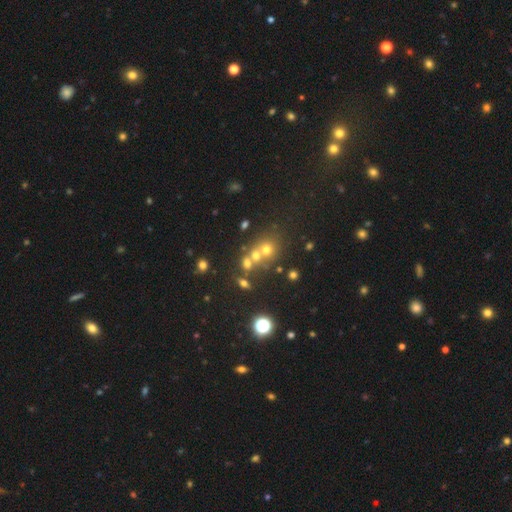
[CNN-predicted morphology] smooth 58%, star or artifact 24%, featured or disk 18%. Down the decision tree: how rounded — round (77%); merging — merger (45%).